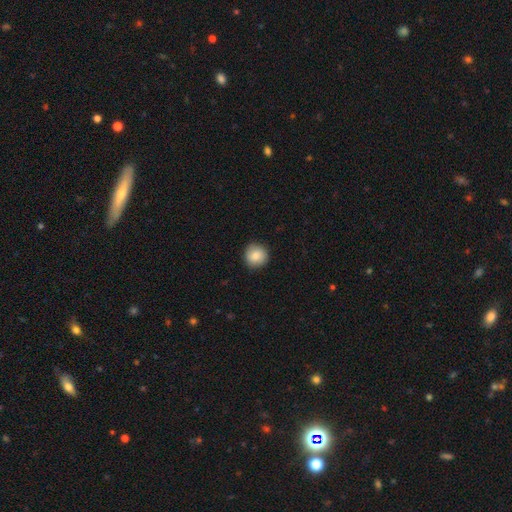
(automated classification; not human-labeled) Smooth or featured: smooth — 85% (star or artifact — 8%)
How rounded: round — 93% (in between — 6%)
Merging: none — 89% (minor disturbance — 8%)